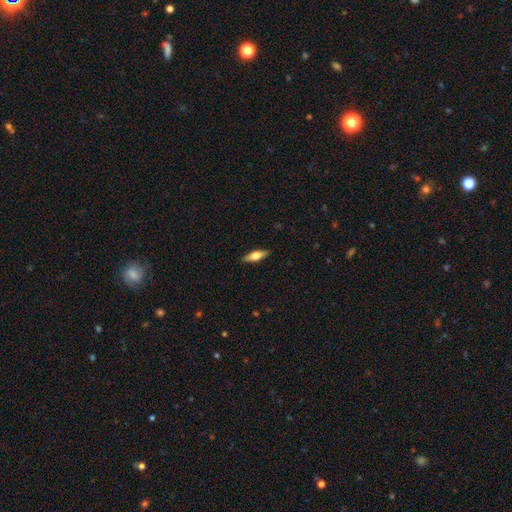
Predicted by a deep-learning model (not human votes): Smooth or featured?
  - smooth: 63% *
  - featured or disk: 31%
  - star or artifact: 6%
How rounded?
  - in between: 54% *
  - cigar-shaped: 43%
  - round: 2%
Merging?
  - none: 88% *
  - minor disturbance: 9%
  - major disturbance: 2%
  - merger: 1%